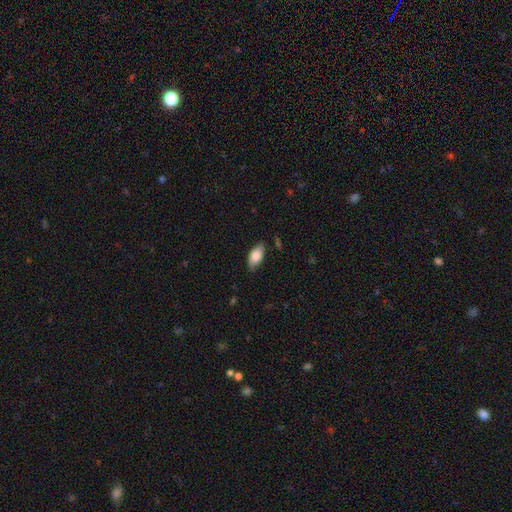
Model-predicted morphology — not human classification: Smooth or featured? Predicted: smooth (p=0.80). How rounded? Predicted: in between (p=0.90). Merging? Predicted: none (p=0.76).